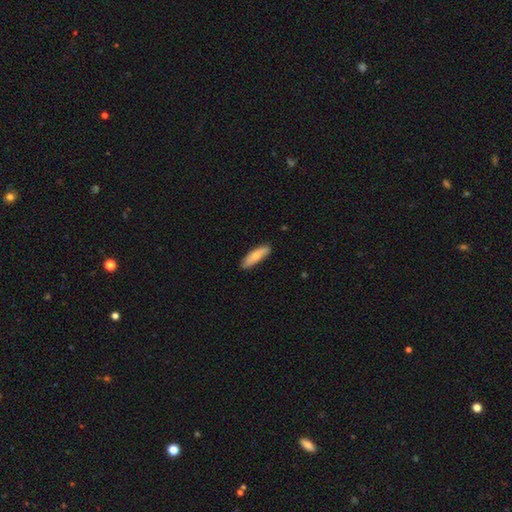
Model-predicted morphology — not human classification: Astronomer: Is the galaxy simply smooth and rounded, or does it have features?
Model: smooth — 71%.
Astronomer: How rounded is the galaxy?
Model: cigar-shaped — 55% (runner-up: in between, 43%).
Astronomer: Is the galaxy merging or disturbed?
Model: none — 84%.